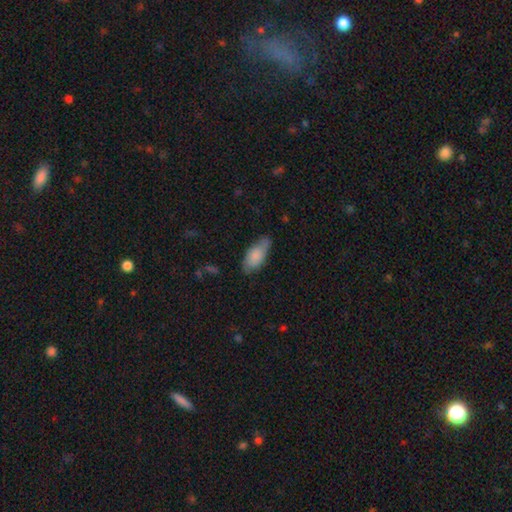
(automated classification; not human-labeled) smooth_or_featured: smooth (p=0.81) [alt: featured or disk p=0.12]
how_rounded: in between (p=0.86) [alt: cigar-shaped p=0.11]
merging: none (p=0.62) [alt: minor disturbance p=0.30]